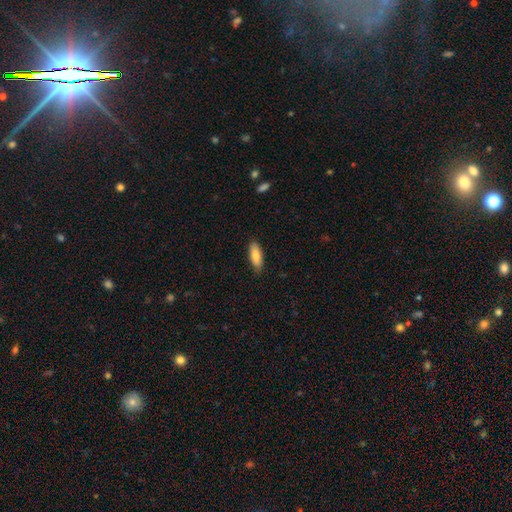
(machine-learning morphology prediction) A smooth galaxy with no disk features (82%) that is in between round and cigar-shaped (73%).

Vote fractions:
- Smooth or featured? smooth: 82% / featured or disk: 12% / star or artifact: 6%
- How rounded? in between: 73% / cigar-shaped: 25% / round: 2%
- Merging? none: 86% / minor disturbance: 11% / major disturbance: 2% / merger: 1%